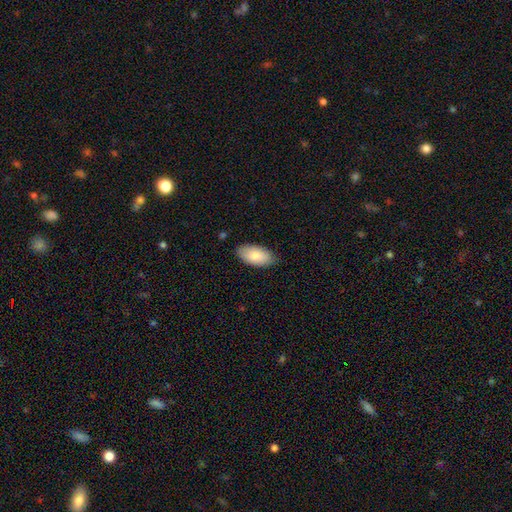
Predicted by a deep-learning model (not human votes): The model was most divided on "merging": none: 83%, minor disturbance: 14%, major disturbance: 2%, merger: 1%. More confident: how rounded — in between (95%); smooth or featured — smooth (84%).